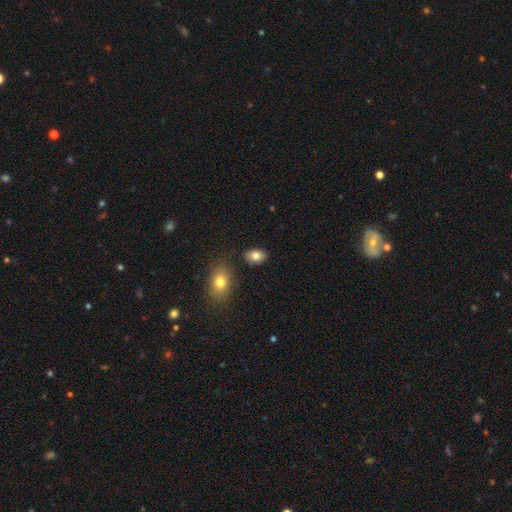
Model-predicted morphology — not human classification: The model was most divided on "how rounded": in between: 79%, round: 20%, cigar-shaped: 1%. More confident: merging — none (83%); smooth or featured — smooth (83%).